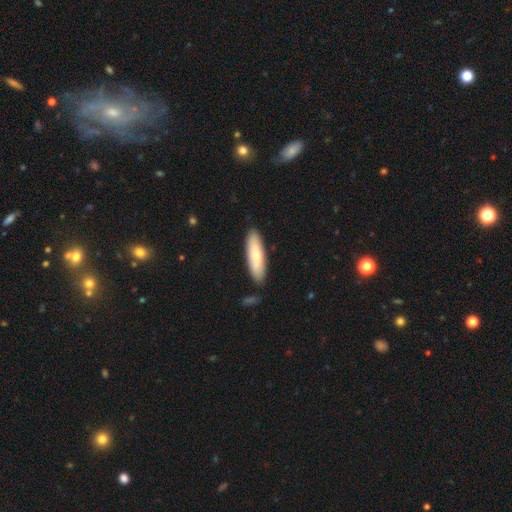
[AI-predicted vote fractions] Overall: smooth (74%). How rounded: cigar-shaped (64%; in between 35%). Merging: none (86%).